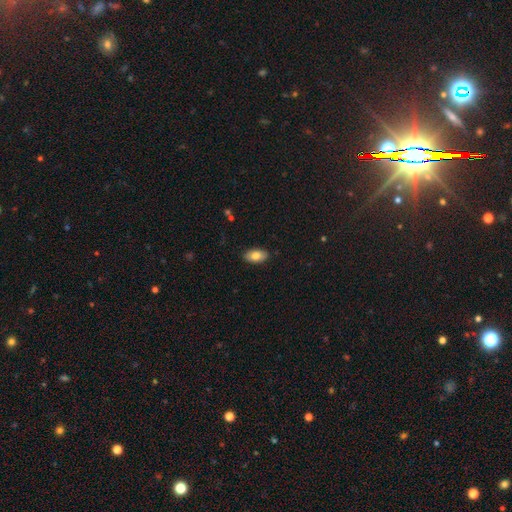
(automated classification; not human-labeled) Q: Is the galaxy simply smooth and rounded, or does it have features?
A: smooth — 80%.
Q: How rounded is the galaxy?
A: in between — 93%.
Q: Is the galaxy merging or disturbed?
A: none — 88%.